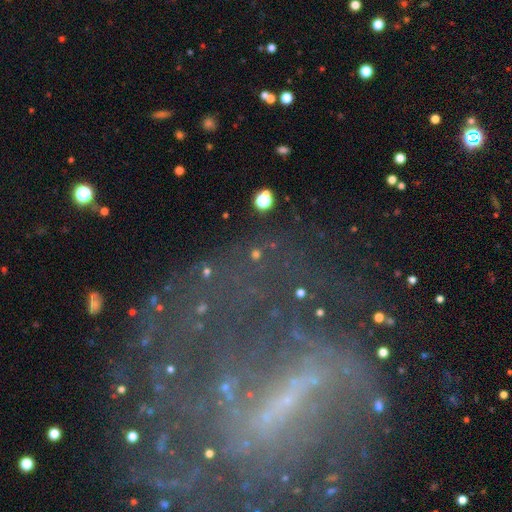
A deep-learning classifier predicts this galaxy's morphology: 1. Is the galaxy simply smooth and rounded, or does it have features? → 44% star or artifact, 35% featured or disk, 21% smooth.